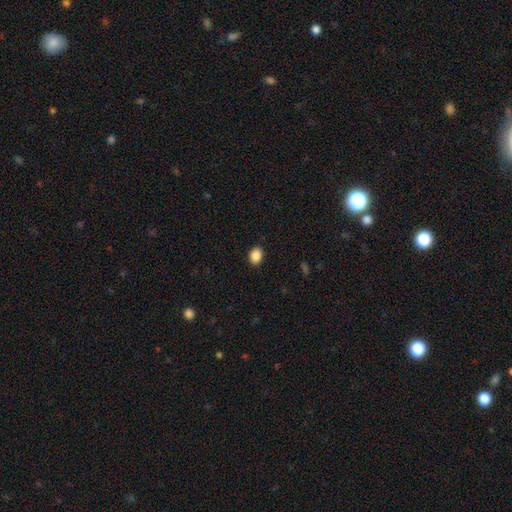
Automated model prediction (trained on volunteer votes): A smooth galaxy with no disk features (88%) that is in between round and cigar-shaped (64%).

Vote fractions:
- Smooth or featured? smooth: 88% / star or artifact: 9% / featured or disk: 3%
- How rounded? in between: 64% / round: 35% / cigar-shaped: 1%
- Merging? none: 89% / minor disturbance: 8% / major disturbance: 2% / merger: 1%